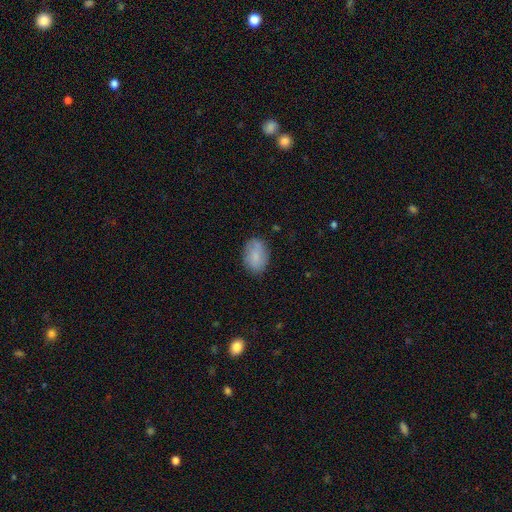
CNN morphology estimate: smooth 80%, featured or disk 13%, star or artifact 7%. Down the decision tree: how rounded — in between (84%); merging — none (79%).